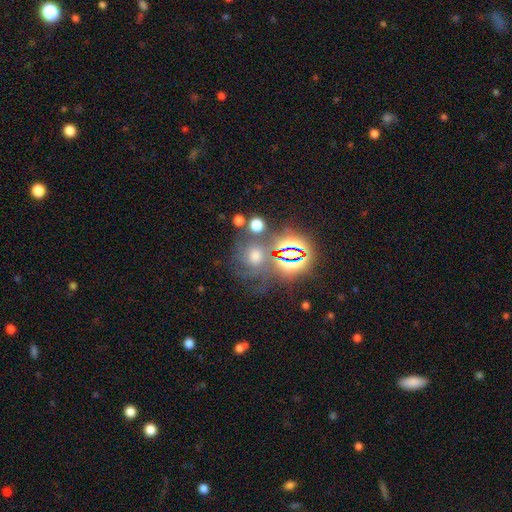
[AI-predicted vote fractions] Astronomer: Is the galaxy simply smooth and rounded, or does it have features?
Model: star or artifact — 45% (runner-up: featured or disk, 28%).